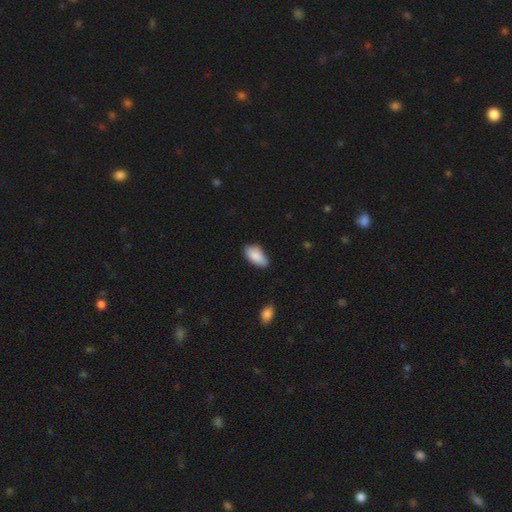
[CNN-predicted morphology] Overall: smooth (88%). How rounded: in between (93%). Merging: none (77%).